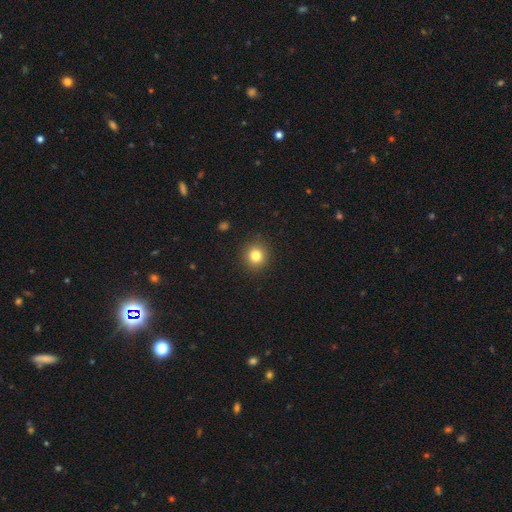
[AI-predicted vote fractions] A smooth galaxy with no disk features (81%) that is round (91%). Merging: none (91%).